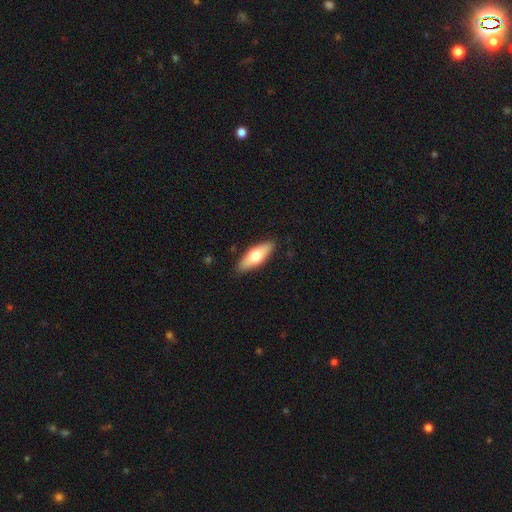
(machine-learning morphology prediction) This appears to be a smooth galaxy with no disk features (66%) that is in between round and cigar-shaped (66%). Merging: none (87%).